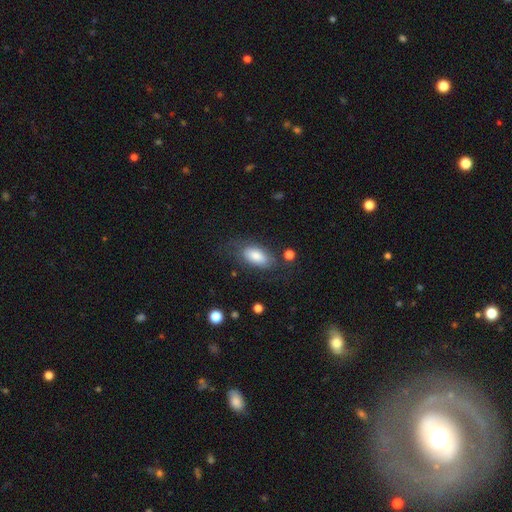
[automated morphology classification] Smooth or featured: smooth — 79% (featured or disk — 15%)
How rounded: in between — 90% (cigar-shaped — 6%)
Merging: none — 68% (minor disturbance — 19%)